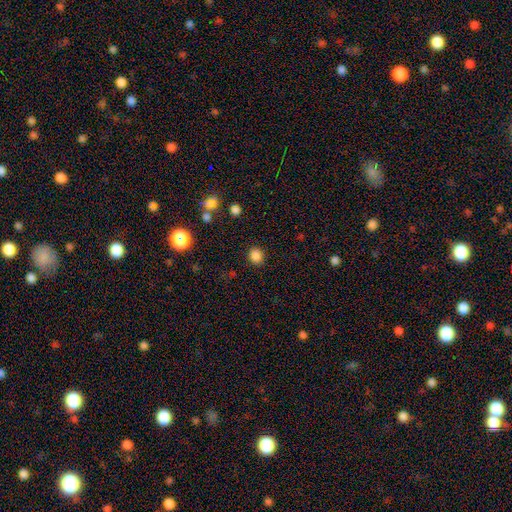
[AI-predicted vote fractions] This appears to be a smooth galaxy with no disk features (84%) that is round (70%). Merging: none (89%).